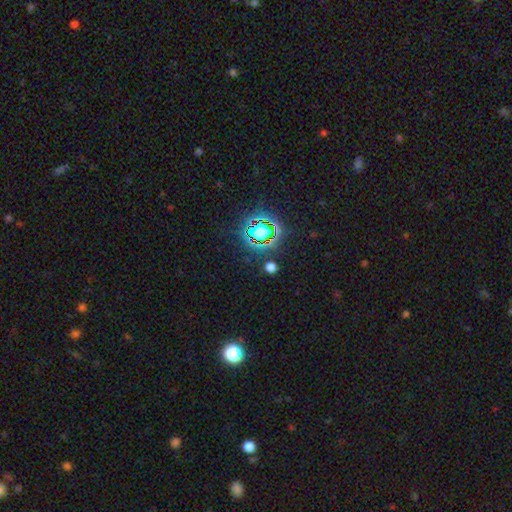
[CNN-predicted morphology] This appears to be a star or artifact, not a galaxy (75%).